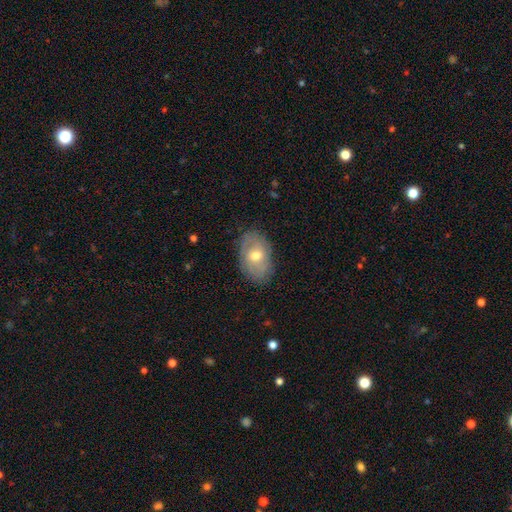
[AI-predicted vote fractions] This is possibly a featured or disk galaxy (52%). It is clearly not viewed edge-on (92%). Merging: likely none (79%).